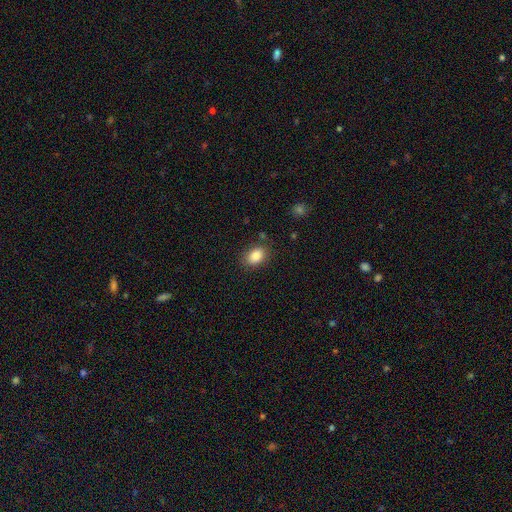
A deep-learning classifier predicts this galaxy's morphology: Smooth or featured?
  - smooth: 87% *
  - star or artifact: 8%
  - featured or disk: 5%
How rounded?
  - in between: 79% *
  - round: 20%
  - cigar-shaped: 1%
Merging?
  - none: 82% *
  - minor disturbance: 13%
  - major disturbance: 4%
  - merger: 2%